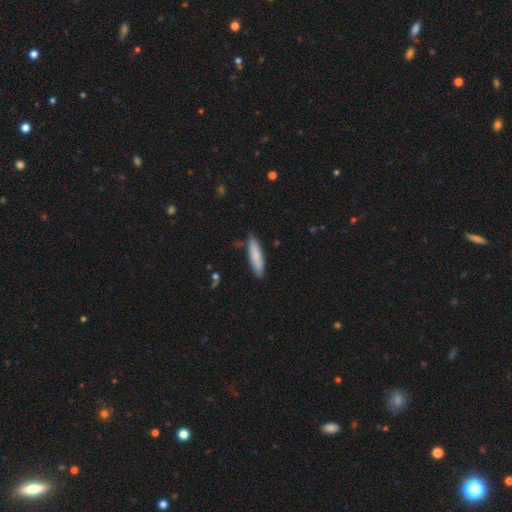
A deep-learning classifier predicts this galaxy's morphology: smooth_or_featured: smooth (p=0.82) [alt: featured or disk p=0.12]
how_rounded: cigar-shaped (p=0.73) [alt: in between p=0.25]
merging: none (p=0.83) [alt: minor disturbance p=0.13]